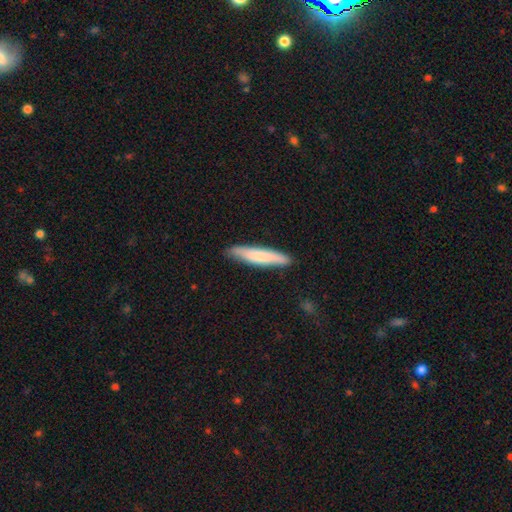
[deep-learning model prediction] The model was most divided on "smooth or featured": smooth: 73%, featured or disk: 21%, star or artifact: 5%. More confident: how rounded — cigar-shaped (89%); merging — none (86%).